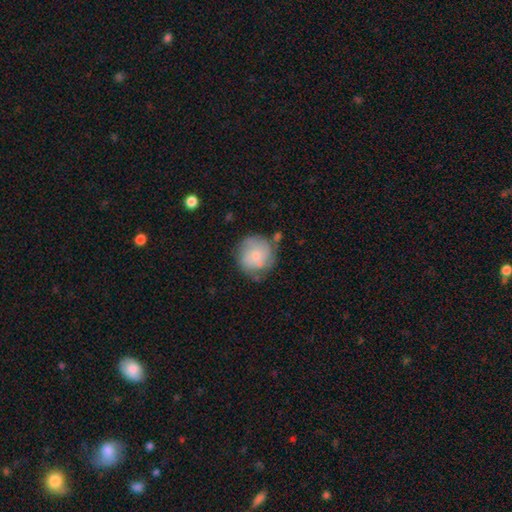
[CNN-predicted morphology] Smooth or featured?
  - smooth: 65% *
  - featured or disk: 28%
  - star or artifact: 7%
How rounded?
  - round: 91% *
  - in between: 8%
  - cigar-shaped: 1%
Merging?
  - none: 59% *
  - minor disturbance: 25%
  - major disturbance: 10%
  - merger: 6%